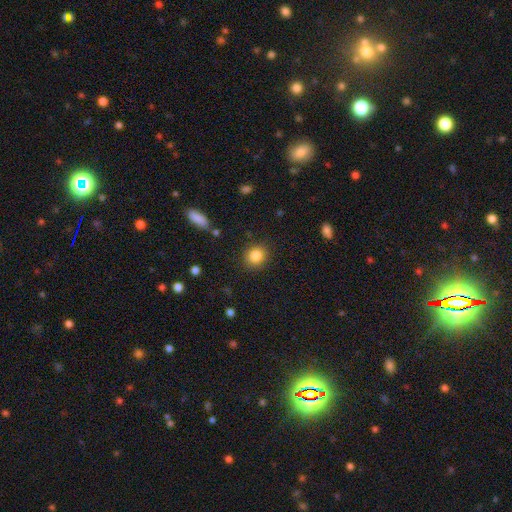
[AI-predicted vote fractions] Smooth or featured? Predicted: smooth (p=0.85). How rounded? Predicted: round (p=0.80). Merging? Predicted: none (p=0.88).